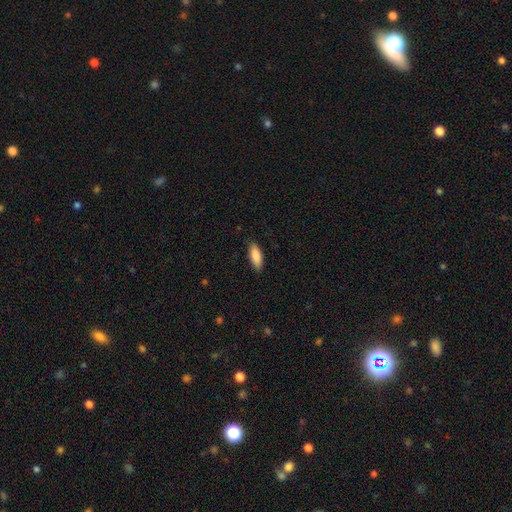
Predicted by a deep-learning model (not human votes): A smooth galaxy with no disk features (88%) that is in between round and cigar-shaped (71%). Merging: none (86%).